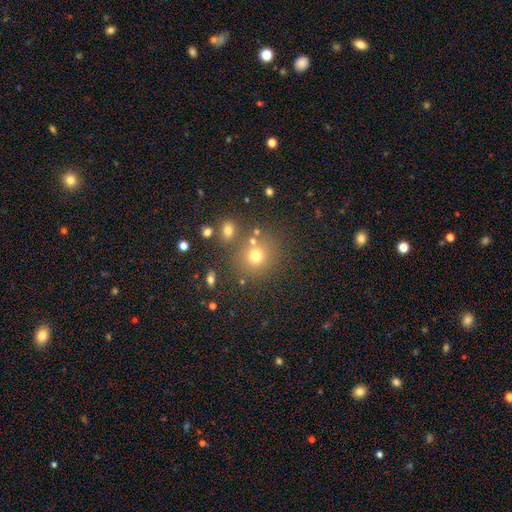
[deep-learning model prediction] Morphology: type=smooth (71%); roundness=round (86%); merging=none (76%).